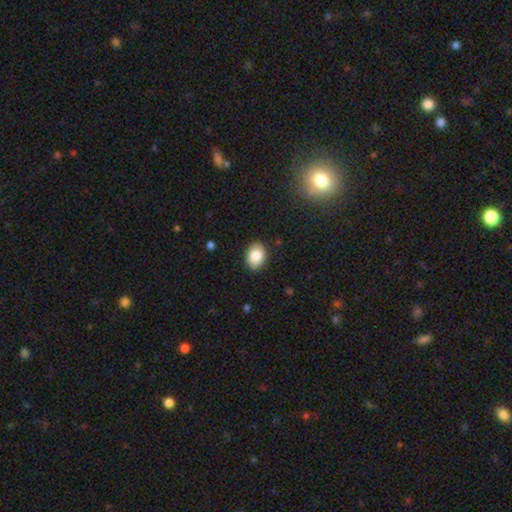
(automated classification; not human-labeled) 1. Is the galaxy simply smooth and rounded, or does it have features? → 87% smooth, 8% star or artifact, 5% featured or disk.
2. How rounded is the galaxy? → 74% in between, 25% round, 1% cigar-shaped.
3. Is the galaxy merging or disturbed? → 87% none, 10% minor disturbance, 2% major disturbance, 1% merger.